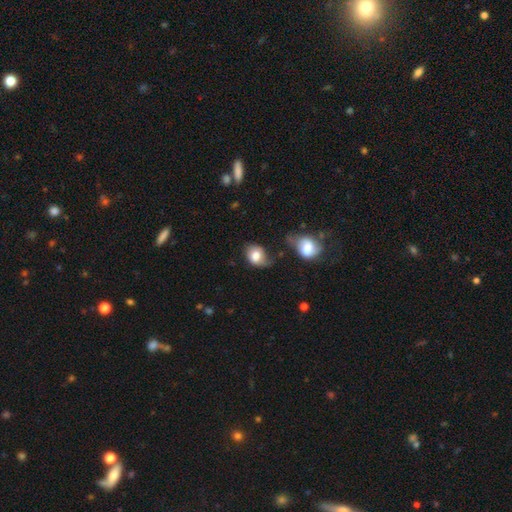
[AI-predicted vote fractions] Smooth or featured? Predicted: smooth (p=0.76). How rounded? Predicted: in between (p=0.58). Merging? Predicted: none (p=0.35).